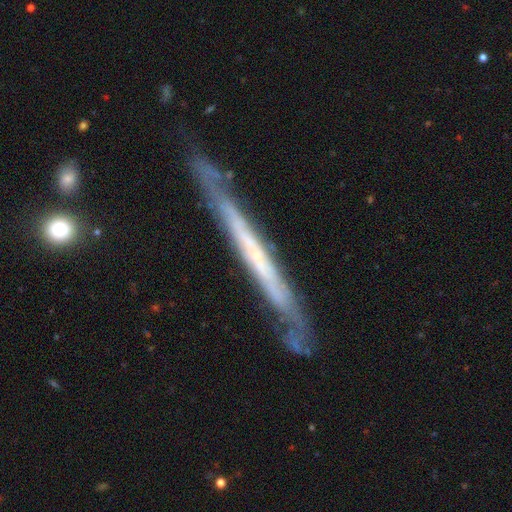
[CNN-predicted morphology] smooth_or_featured: featured or disk (p=0.74) [alt: smooth p=0.19]
disk_edge_on: yes (p=0.88) [alt: no p=0.12]
edge_on_bulge: none (p=0.76) [alt: rounded p=0.19]
merging: none (p=0.76) [alt: minor disturbance p=0.17]